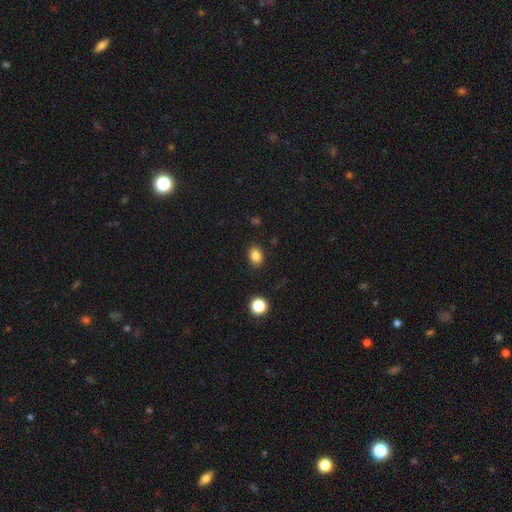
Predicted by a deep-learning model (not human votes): A smooth galaxy with no disk features (84%) that is in between round and cigar-shaped (61%). Merging: none (87%).